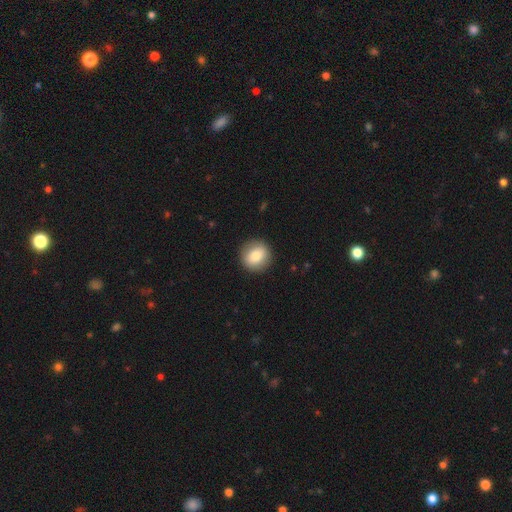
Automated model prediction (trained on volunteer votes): Q: Smooth or featured?
A: smooth (80%); runner-up: featured or disk (12%)
Q: How rounded?
A: round (90%); runner-up: in between (9%)
Q: Merging?
A: none (91%); runner-up: minor disturbance (6%)